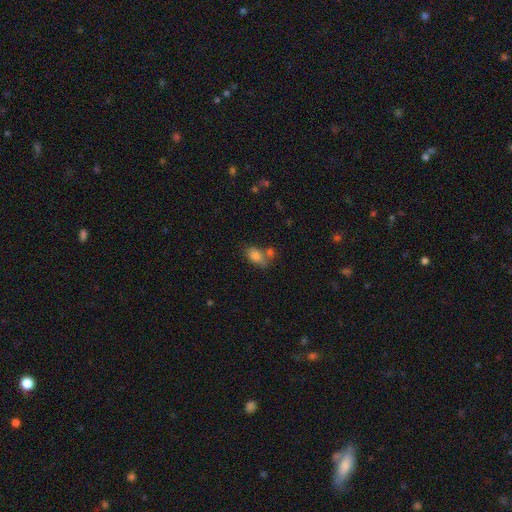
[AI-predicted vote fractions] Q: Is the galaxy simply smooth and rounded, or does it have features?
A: smooth — 81%.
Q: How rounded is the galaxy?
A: in between — 83%.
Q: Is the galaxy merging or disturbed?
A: none — 46%.